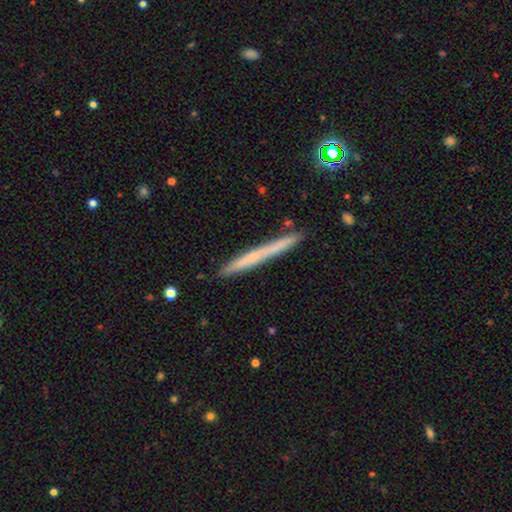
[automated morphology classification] smooth 52%, featured or disk 41%, star or artifact 7%. Down the decision tree: how rounded — cigar-shaped (97%); merging — none (89%).